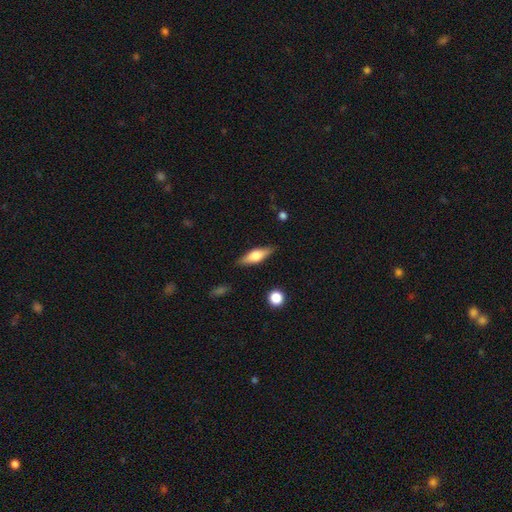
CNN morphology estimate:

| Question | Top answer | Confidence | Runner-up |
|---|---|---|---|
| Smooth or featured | smooth | 47% | featured or disk (46%) |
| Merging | none | 86% | minor disturbance (10%) |